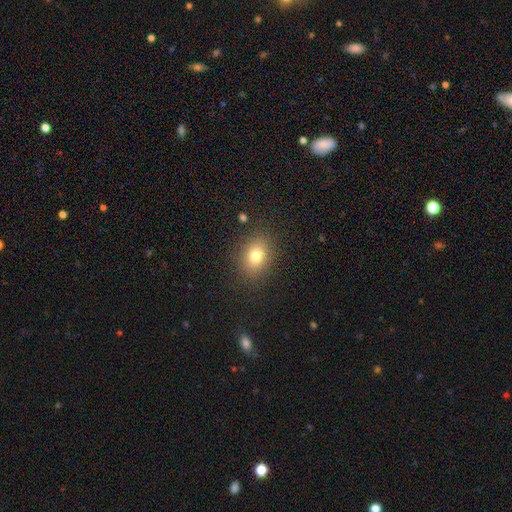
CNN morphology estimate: This is likely a smooth galaxy (79%). How rounded: possibly in between (57%). Merging: clearly none (86%).